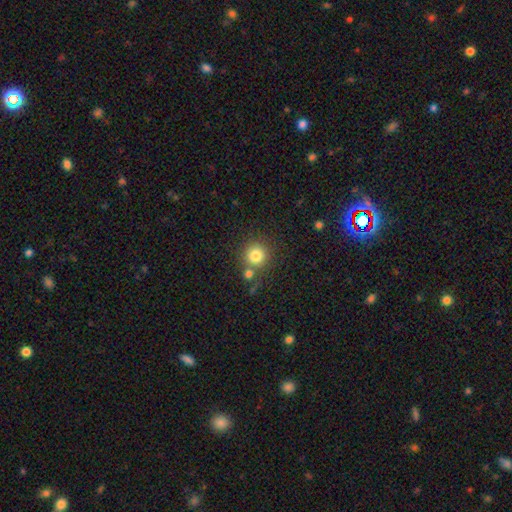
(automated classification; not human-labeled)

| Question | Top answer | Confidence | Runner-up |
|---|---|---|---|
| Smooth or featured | smooth | 81% | star or artifact (12%) |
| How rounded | round | 93% | in between (6%) |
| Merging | none | 70% | merger (18%) |